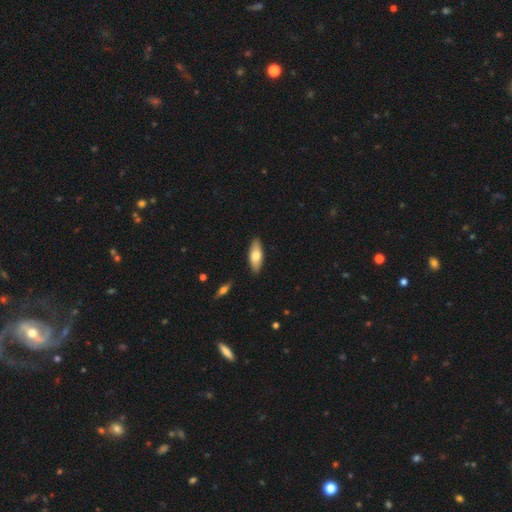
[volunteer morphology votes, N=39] smooth_or_featured: smooth (p=0.82) [alt: featured or disk p=0.13]
how_rounded: in between (p=0.62) [alt: cigar-shaped p=0.34]
merging: none (p=0.95) [alt: minor disturbance p=0.03]